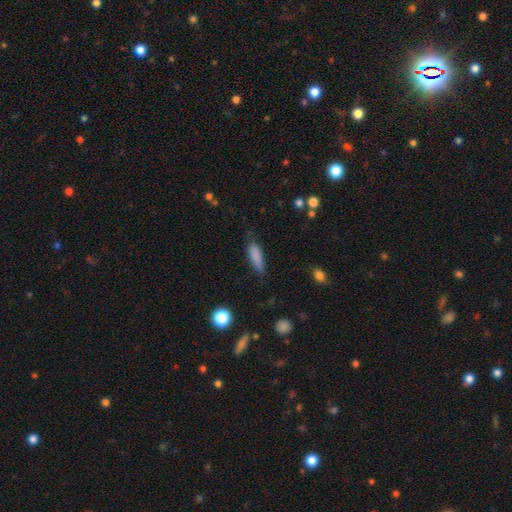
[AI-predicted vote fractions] Smooth or featured?
  - smooth: 84% *
  - featured or disk: 9%
  - star or artifact: 8%
How rounded?
  - cigar-shaped: 52% *
  - in between: 45%
  - round: 2%
Merging?
  - none: 63% *
  - minor disturbance: 28%
  - major disturbance: 7%
  - merger: 2%